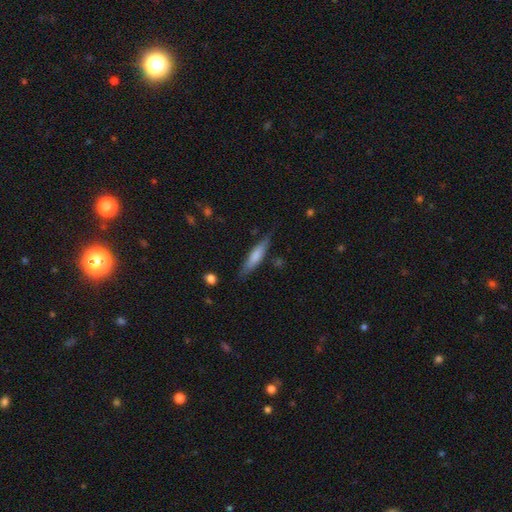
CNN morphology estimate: Smooth or featured: smooth — 68% (featured or disk — 27%)
How rounded: cigar-shaped — 83% (in between — 15%)
Merging: none — 79% (minor disturbance — 16%)